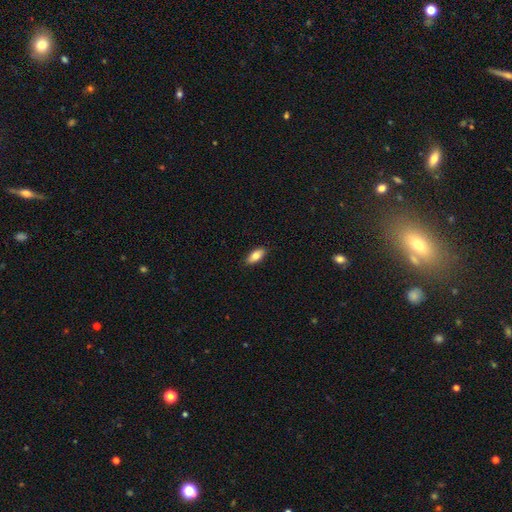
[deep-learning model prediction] This is clearly a smooth galaxy (81%). How rounded: clearly in between (87%). Merging: clearly none (89%).